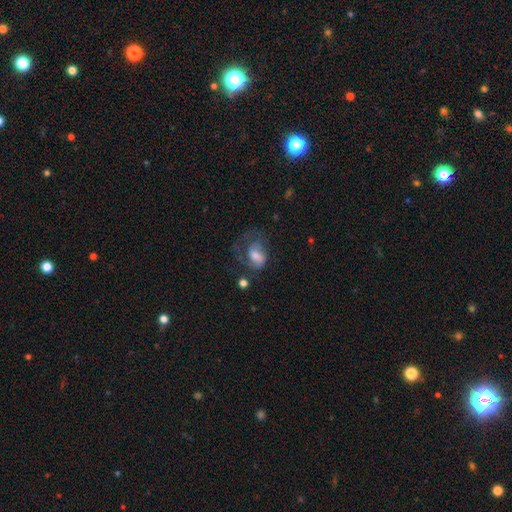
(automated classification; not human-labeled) smooth_or_featured: smooth (p=0.48) [alt: featured or disk p=0.42]
merging: major disturbance (p=0.46) [alt: none p=0.28]